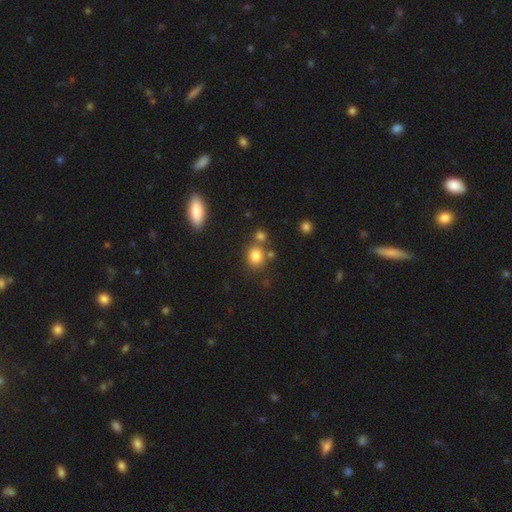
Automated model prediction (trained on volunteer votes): Q: Smooth or featured?
A: smooth (81%); runner-up: star or artifact (12%)
Q: How rounded?
A: round (76%); runner-up: in between (23%)
Q: Merging?
A: none (66%); runner-up: merger (19%)